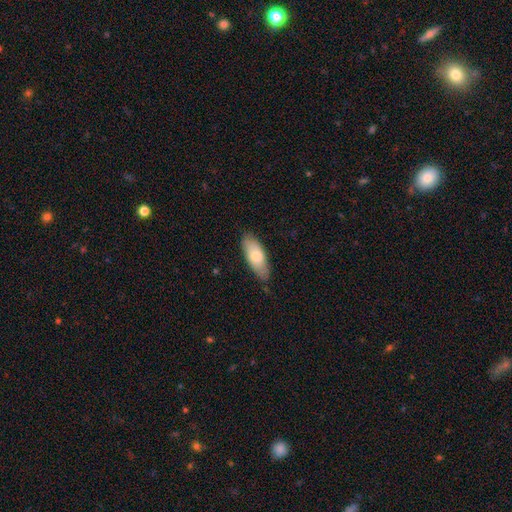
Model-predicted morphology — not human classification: A smooth galaxy with no disk features (75%) that is in between round and cigar-shaped (75%). Merging: none (79%).